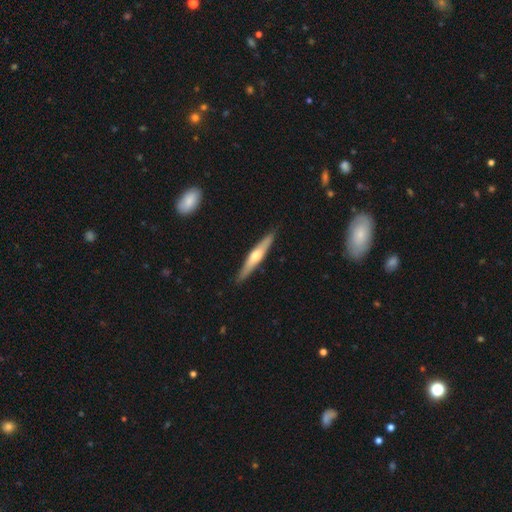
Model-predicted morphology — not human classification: Smooth or featured?
  - featured or disk: 60% *
  - smooth: 35%
  - star or artifact: 5%
Edge-on disk?
  - yes: 96% *
  - no: 4%
Edge-on bulge?
  - rounded: 88% *
  - none: 7%
  - boxy: 5%
Merging?
  - none: 90% *
  - minor disturbance: 8%
  - major disturbance: 1%
  - merger: 1%